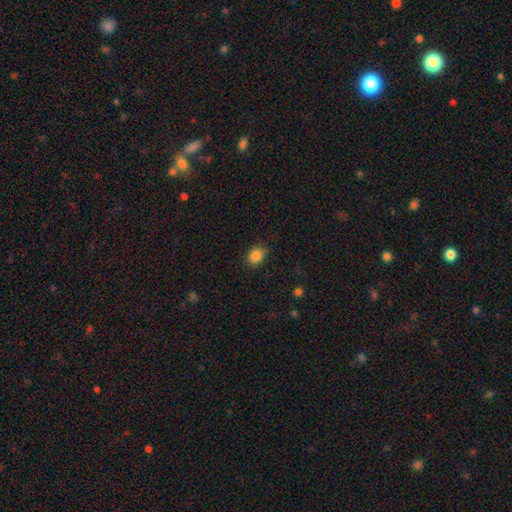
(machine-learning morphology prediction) Overall: smooth (85%). How rounded: in between (53%; round 46%). Merging: none (74%).